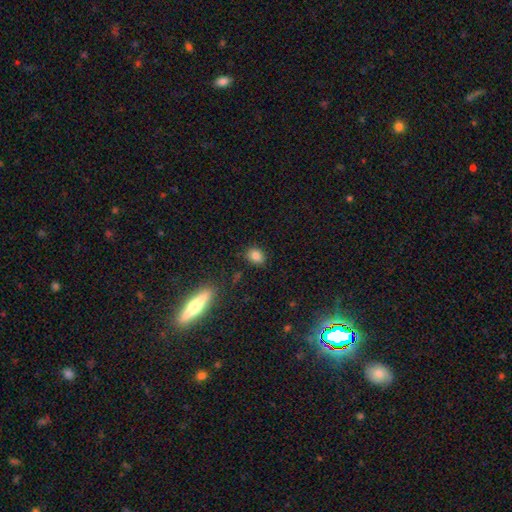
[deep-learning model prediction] Smooth or featured? Predicted: smooth (p=0.83). How rounded? Predicted: in between (p=0.58). Merging? Predicted: none (p=0.84).